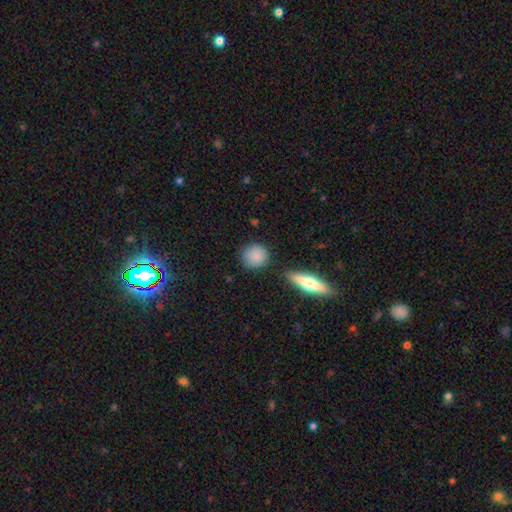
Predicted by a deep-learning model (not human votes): Smooth or featured? Predicted: smooth (p=0.85). How rounded? Predicted: round (p=0.88). Merging? Predicted: none (p=0.82).